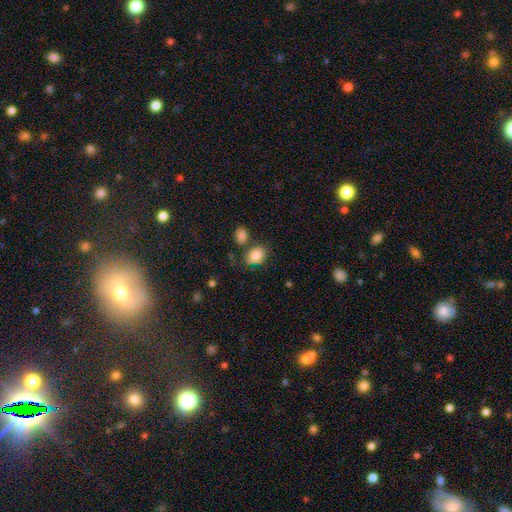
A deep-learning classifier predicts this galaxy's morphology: smooth-or-featured: smooth: 83% | star or artifact: 9% | featured or disk: 8%
  how-rounded: in between: 58% | round: 41% | cigar-shaped: 1%
  merging: none: 64% | minor disturbance: 17% | merger: 13% | major disturbance: 5%